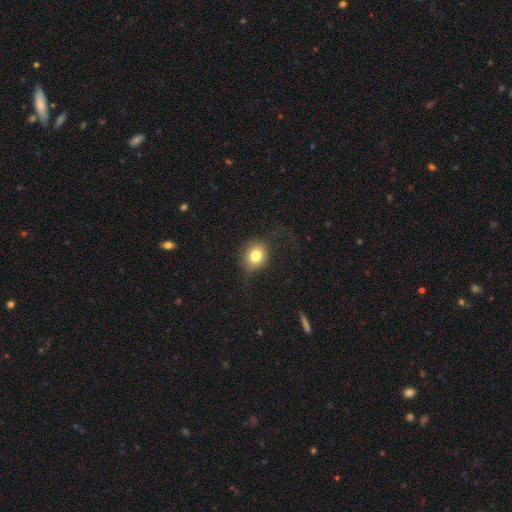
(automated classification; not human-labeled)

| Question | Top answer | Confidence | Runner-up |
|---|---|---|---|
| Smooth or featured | smooth | 77% | featured or disk (12%) |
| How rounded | round | 71% | in between (28%) |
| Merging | none | 67% | minor disturbance (20%) |